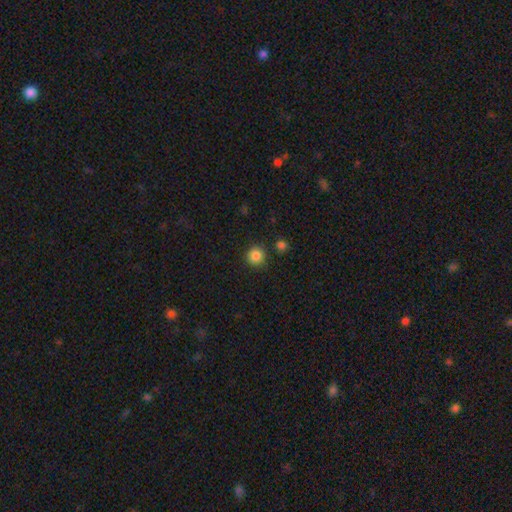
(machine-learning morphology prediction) Smooth or featured? smooth (86%)
How rounded? round (94%)
Merging? none (87%)